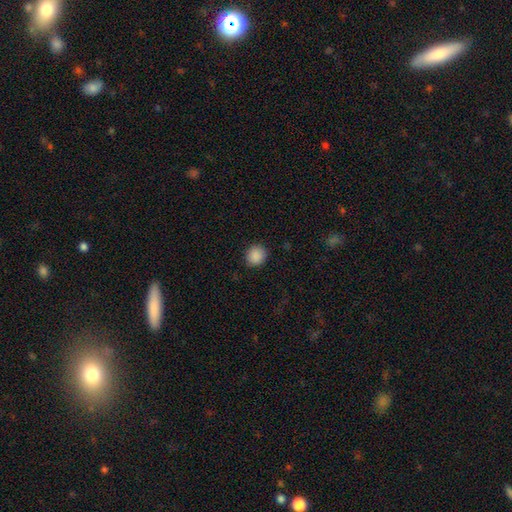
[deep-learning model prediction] Overall: smooth (89%). How rounded: round (86%). Merging: none (89%).